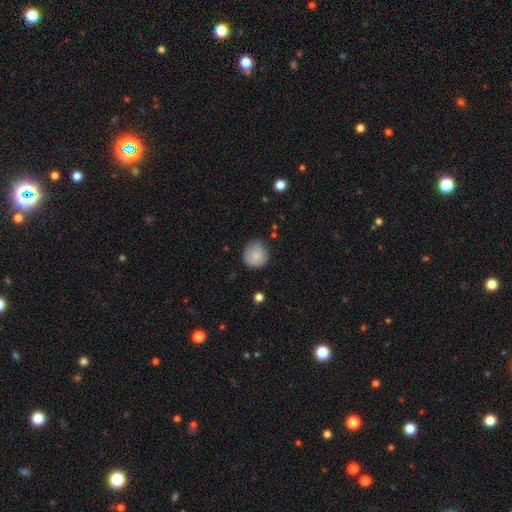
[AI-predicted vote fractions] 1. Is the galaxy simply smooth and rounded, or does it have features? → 85% smooth, 8% featured or disk, 8% star or artifact.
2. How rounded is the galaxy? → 91% round, 8% in between, 1% cigar-shaped.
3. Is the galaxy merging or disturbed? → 76% none, 18% minor disturbance, 4% major disturbance, 2% merger.